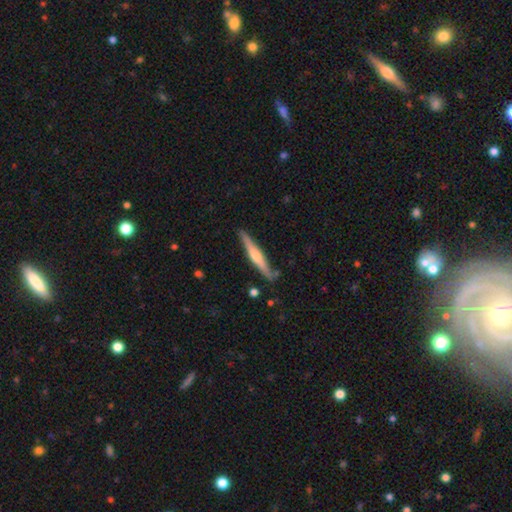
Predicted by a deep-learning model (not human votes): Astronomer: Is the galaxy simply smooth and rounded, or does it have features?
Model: featured or disk — 67%.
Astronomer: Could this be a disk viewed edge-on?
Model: yes — 97%.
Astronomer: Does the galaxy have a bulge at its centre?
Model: rounded — 78%.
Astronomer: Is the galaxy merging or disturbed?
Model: none — 85%.